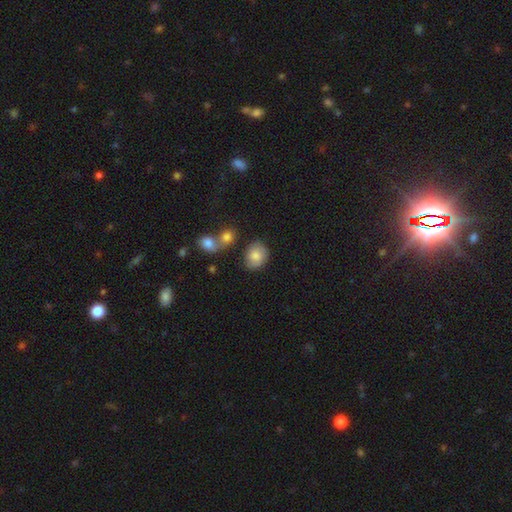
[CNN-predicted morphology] Overall: smooth (80%). How rounded: in between (52%; round 47%). Merging: none (70%).